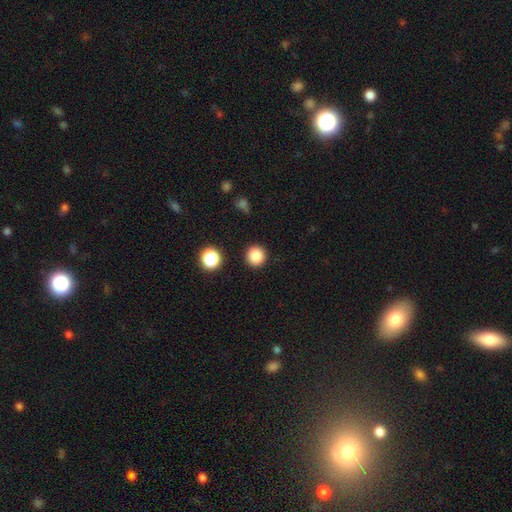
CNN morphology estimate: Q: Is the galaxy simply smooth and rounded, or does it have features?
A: smooth — 85%.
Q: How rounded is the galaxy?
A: round — 95%.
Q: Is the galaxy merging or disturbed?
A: none — 92%.